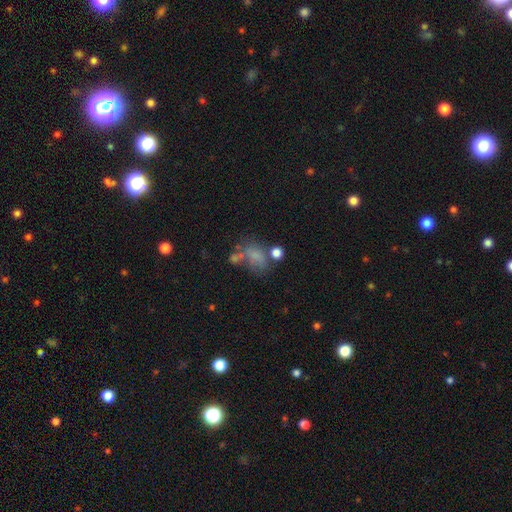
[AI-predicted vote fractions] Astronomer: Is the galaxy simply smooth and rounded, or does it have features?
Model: smooth — 61%.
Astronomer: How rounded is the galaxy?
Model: in between — 71%.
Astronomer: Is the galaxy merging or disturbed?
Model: none — 32% (runner-up: merger, 25%).